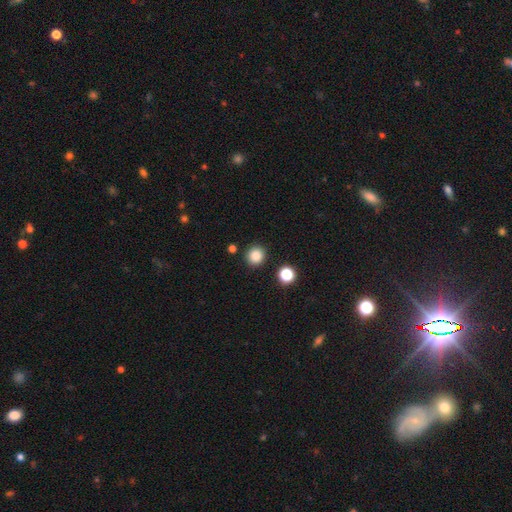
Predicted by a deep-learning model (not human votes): Smooth or featured? smooth (83%)
How rounded? round (91%)
Merging? none (89%)